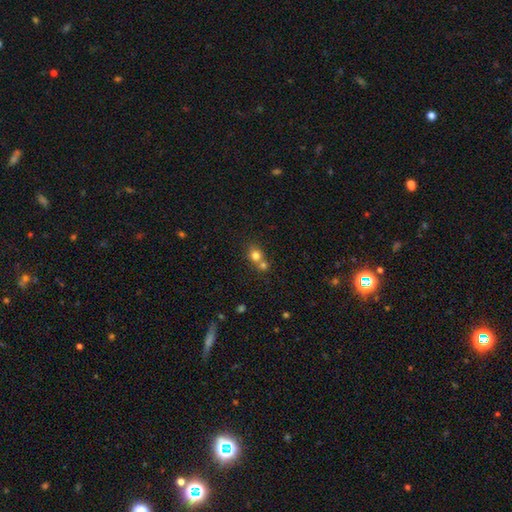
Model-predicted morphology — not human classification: Q: Smooth or featured?
A: smooth (77%); runner-up: star or artifact (12%)
Q: How rounded?
A: round (77%); runner-up: in between (22%)
Q: Merging?
A: merger (52%); runner-up: none (39%)